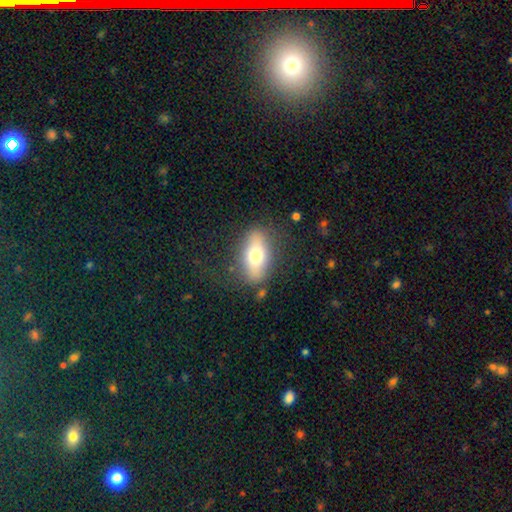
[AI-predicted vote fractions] Q: Smooth or featured?
A: smooth (68%); runner-up: featured or disk (25%)
Q: How rounded?
A: in between (81%); runner-up: cigar-shaped (12%)
Q: Merging?
A: none (77%); runner-up: minor disturbance (14%)